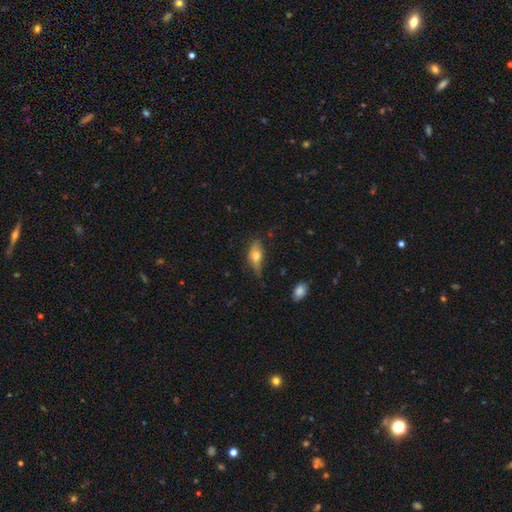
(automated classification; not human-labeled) Smooth or featured? smooth (61%)
How rounded? in between (71%)
Merging? none (58%)